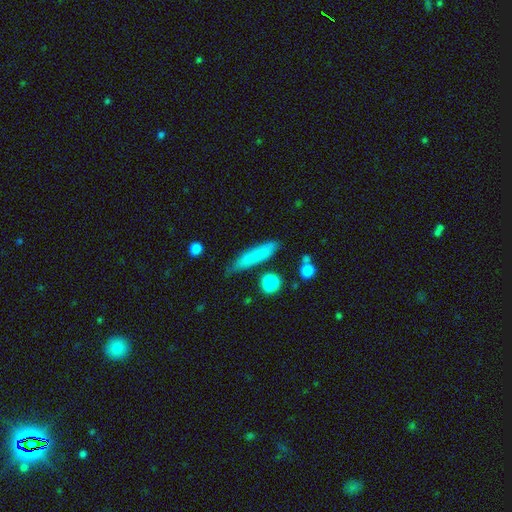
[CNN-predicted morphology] smooth-or-featured: smooth: 74% | featured or disk: 19% | star or artifact: 8%
  how-rounded: cigar-shaped: 82% | in between: 16% | round: 2%
  merging: none: 74% | minor disturbance: 19% | major disturbance: 4% | merger: 3%